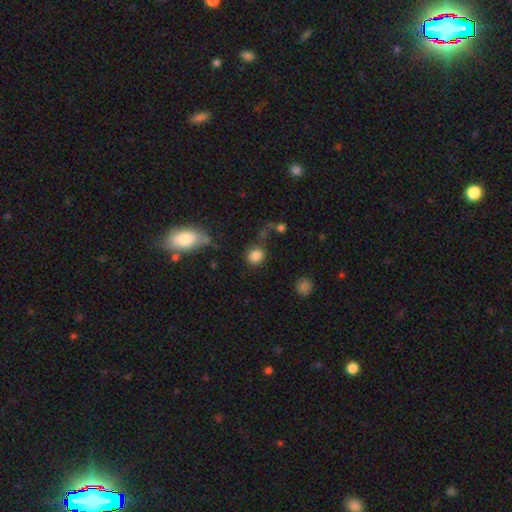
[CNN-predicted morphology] Smooth or featured?
  - smooth: 85% *
  - star or artifact: 10%
  - featured or disk: 5%
How rounded?
  - round: 77% *
  - in between: 22%
  - cigar-shaped: 1%
Merging?
  - none: 75% *
  - minor disturbance: 14%
  - major disturbance: 6%
  - merger: 6%